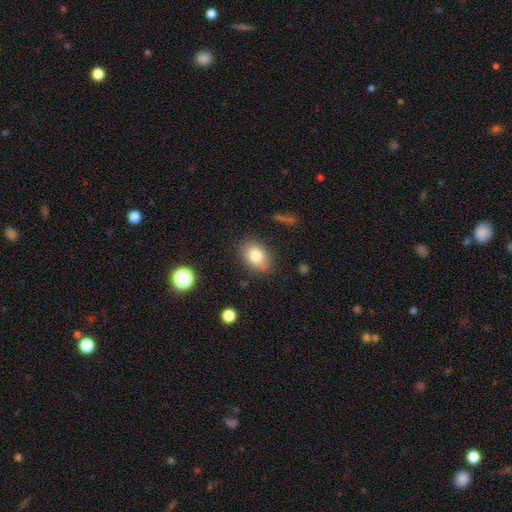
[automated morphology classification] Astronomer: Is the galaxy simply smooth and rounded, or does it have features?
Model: smooth — 81%.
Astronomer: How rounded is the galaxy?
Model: in between — 79%.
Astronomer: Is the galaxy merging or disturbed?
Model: none — 82%.